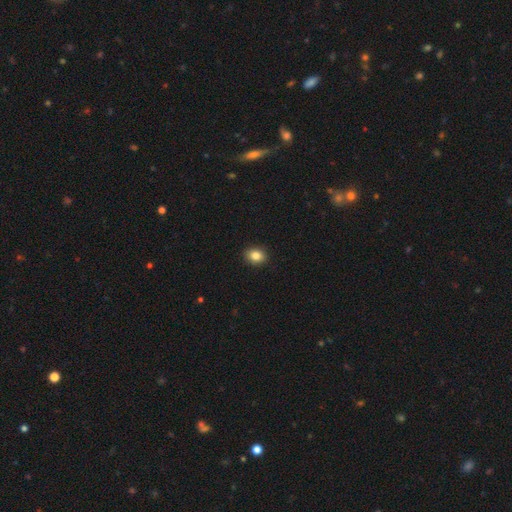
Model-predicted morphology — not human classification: A smooth galaxy with no disk features (85%) that is in between round and cigar-shaped (57%).

Vote fractions:
- Smooth or featured? smooth: 85% / star or artifact: 9% / featured or disk: 5%
- How rounded? in between: 57% / round: 42% / cigar-shaped: 1%
- Merging? none: 90% / minor disturbance: 7% / major disturbance: 2% / merger: 1%